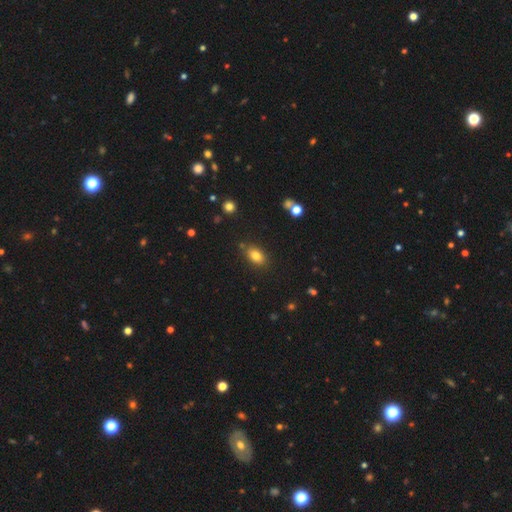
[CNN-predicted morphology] type=smooth (81%); roundness=in between (82%); merging=none (81%).